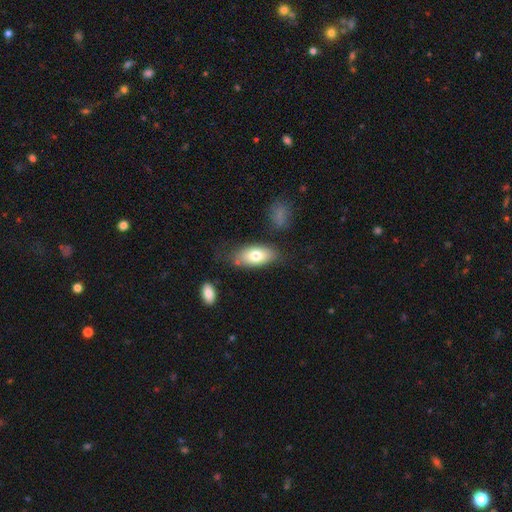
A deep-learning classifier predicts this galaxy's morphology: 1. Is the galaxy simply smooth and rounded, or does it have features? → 75% smooth, 18% featured or disk, 7% star or artifact.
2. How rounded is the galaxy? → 89% in between, 7% cigar-shaped, 4% round.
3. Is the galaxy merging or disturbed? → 71% none, 17% minor disturbance, 6% merger, 6% major disturbance.